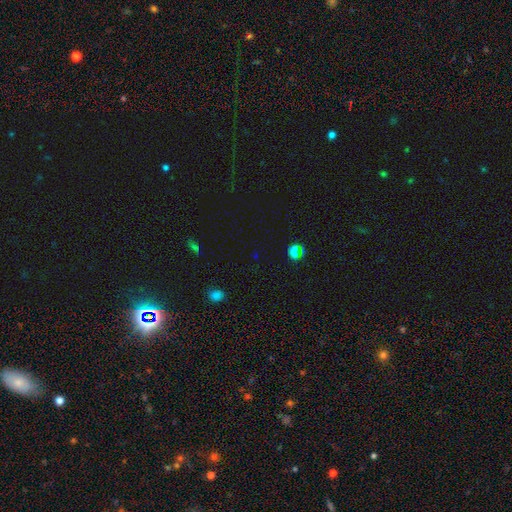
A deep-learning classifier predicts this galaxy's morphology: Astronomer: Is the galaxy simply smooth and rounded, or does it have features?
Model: star or artifact — 62%.